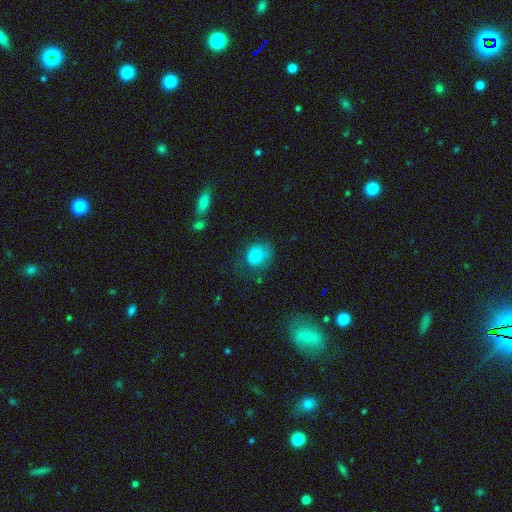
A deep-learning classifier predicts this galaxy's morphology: smooth-or-featured: smooth: 81% | star or artifact: 10% | featured or disk: 9%
  how-rounded: round: 67% | in between: 32% | cigar-shaped: 1%
  merging: none: 56% | minor disturbance: 26% | major disturbance: 16% | merger: 2%